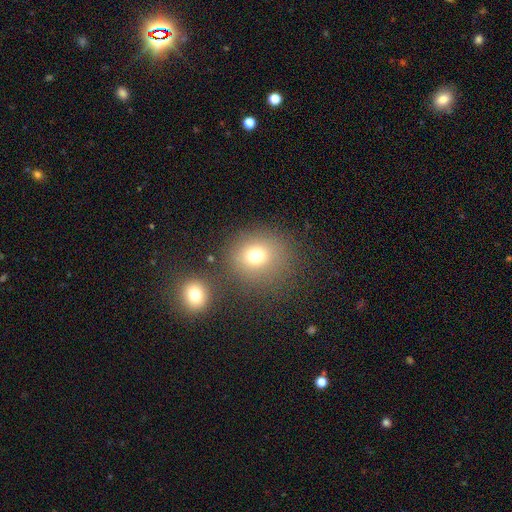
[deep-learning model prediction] A smooth galaxy with no disk features (72%) that is round (81%).

Vote fractions:
- Smooth or featured? smooth: 72% / star or artifact: 17% / featured or disk: 11%
- How rounded? round: 81% / in between: 18% / cigar-shaped: 1%
- Merging? none: 72% / merger: 11% / minor disturbance: 10% / major disturbance: 6%